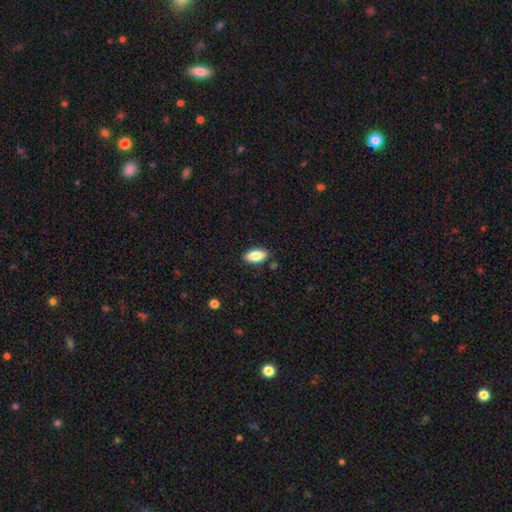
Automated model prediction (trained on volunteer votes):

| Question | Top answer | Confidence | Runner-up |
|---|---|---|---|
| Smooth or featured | smooth | 84% | featured or disk (9%) |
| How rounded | in between | 90% | cigar-shaped (7%) |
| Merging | none | 87% | minor disturbance (10%) |